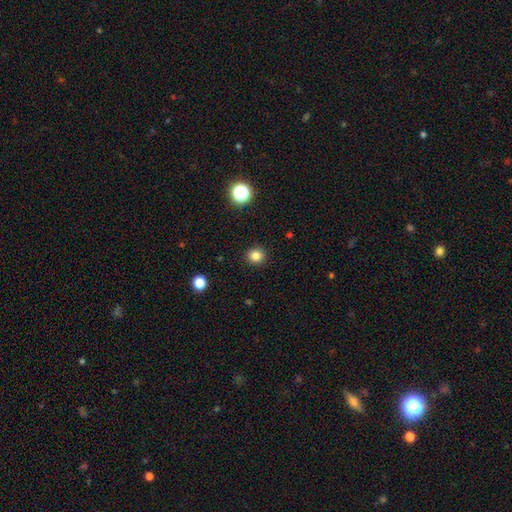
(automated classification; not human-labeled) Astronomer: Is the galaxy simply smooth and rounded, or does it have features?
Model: smooth — 83%.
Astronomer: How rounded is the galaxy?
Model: round — 87%.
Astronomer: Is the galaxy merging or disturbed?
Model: none — 92%.